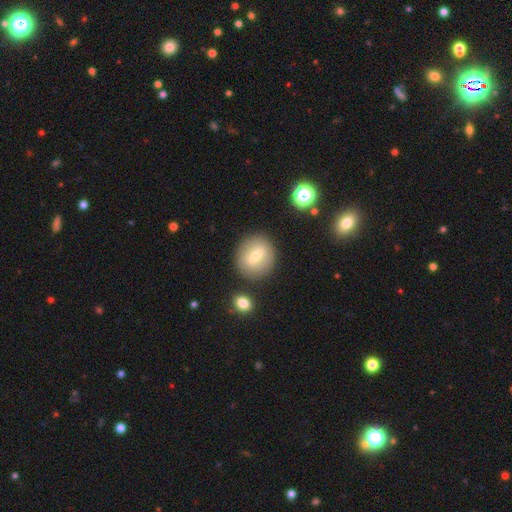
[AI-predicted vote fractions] smooth-or-featured: smooth: 53% | featured or disk: 39% | star or artifact: 8%
  how-rounded: round: 75% | in between: 23% | cigar-shaped: 2%
  merging: none: 82% | minor disturbance: 11% | merger: 4% | major disturbance: 3%